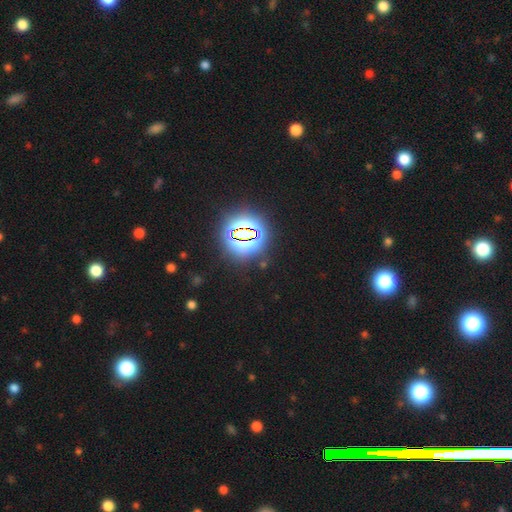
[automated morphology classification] Q: Smooth or featured?
A: star or artifact (81%); runner-up: smooth (12%)